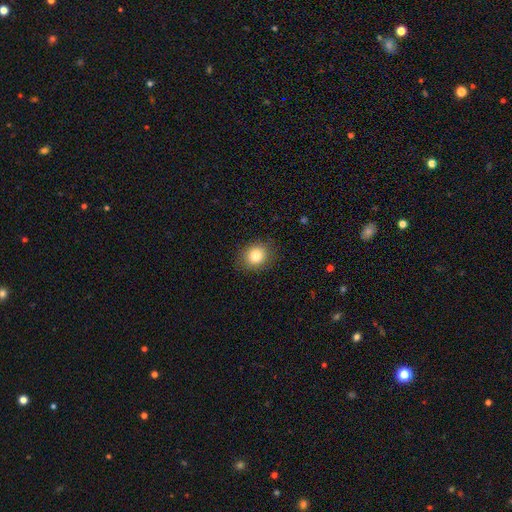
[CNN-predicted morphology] Q: Smooth or featured?
A: smooth (80%); runner-up: star or artifact (11%)
Q: How rounded?
A: round (69%); runner-up: in between (30%)
Q: Merging?
A: none (87%); runner-up: minor disturbance (9%)